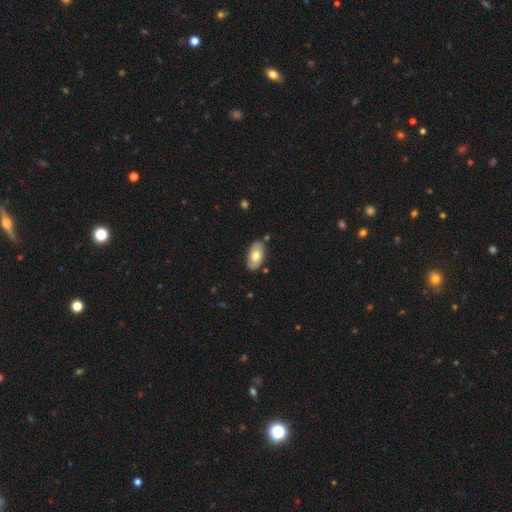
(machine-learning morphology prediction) smooth_or_featured: smooth (p=0.63) [alt: featured or disk p=0.31]
how_rounded: in between (p=0.94) [alt: round p=0.04]
merging: none (p=0.81) [alt: minor disturbance p=0.13]